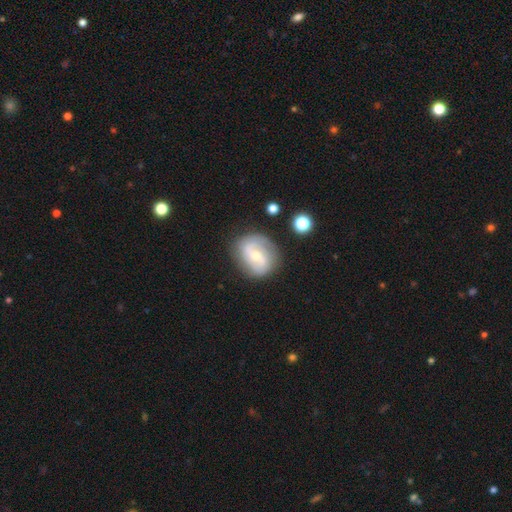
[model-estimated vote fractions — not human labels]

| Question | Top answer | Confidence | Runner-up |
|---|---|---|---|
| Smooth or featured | featured or disk | 75% | smooth (19%) |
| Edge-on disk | no | 97% | yes (3%) |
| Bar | weak | 48% | no (37%) |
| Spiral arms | yes | 91% | no (9%) |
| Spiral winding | medium | 46% | loose (28%) |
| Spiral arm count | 2 | 80% | can't tell (10%) |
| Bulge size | moderate | 49% | small (46%) |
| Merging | none | 75% | minor disturbance (16%) |